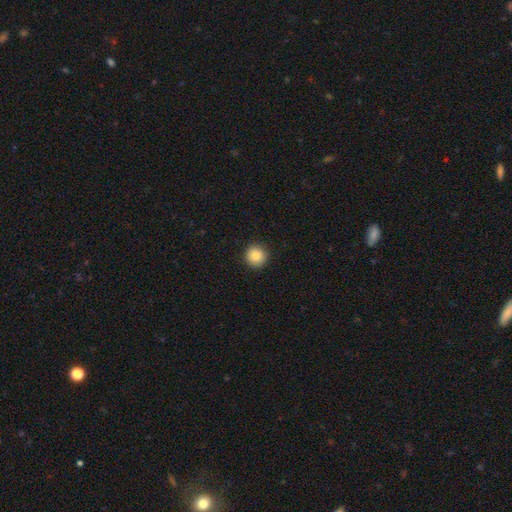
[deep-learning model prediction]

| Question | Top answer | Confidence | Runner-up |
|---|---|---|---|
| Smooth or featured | smooth | 85% | star or artifact (9%) |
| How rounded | round | 94% | in between (5%) |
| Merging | none | 91% | minor disturbance (6%) |